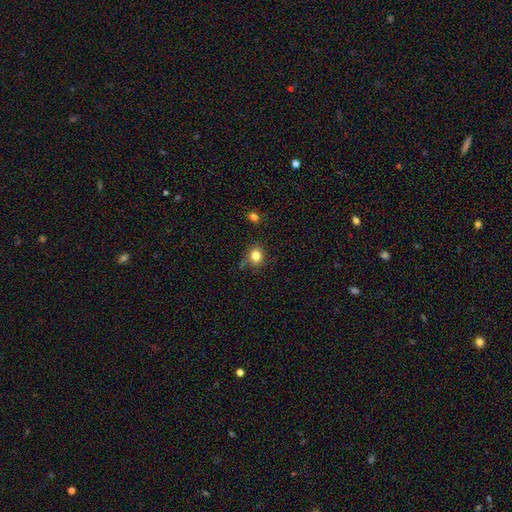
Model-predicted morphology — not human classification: Q: Smooth or featured?
A: smooth (82%); runner-up: star or artifact (12%)
Q: How rounded?
A: round (80%); runner-up: in between (19%)
Q: Merging?
A: none (74%); runner-up: minor disturbance (17%)